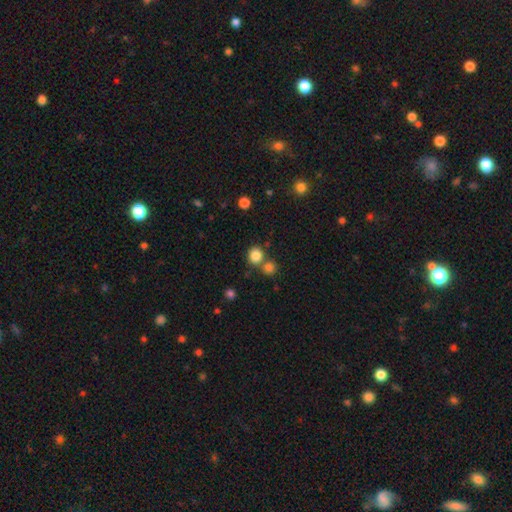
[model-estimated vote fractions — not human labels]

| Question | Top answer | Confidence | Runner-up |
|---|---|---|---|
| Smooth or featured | smooth | 84% | star or artifact (12%) |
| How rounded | round | 86% | in between (13%) |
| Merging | none | 67% | merger (22%) |